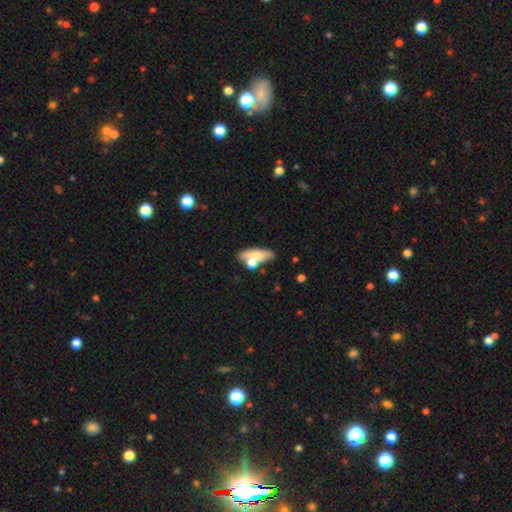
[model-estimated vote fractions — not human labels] This appears to be a smooth galaxy with no disk features (62%) that is in between round and cigar-shaped (70%). Merging: none (45%).